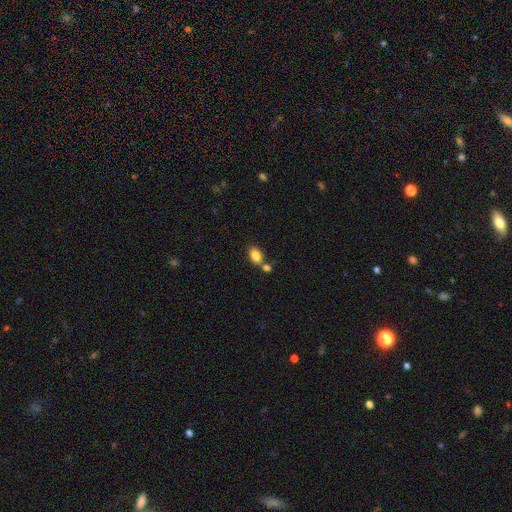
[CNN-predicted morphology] Smooth or featured? smooth (84%)
How rounded? in between (84%)
Merging? none (59%)